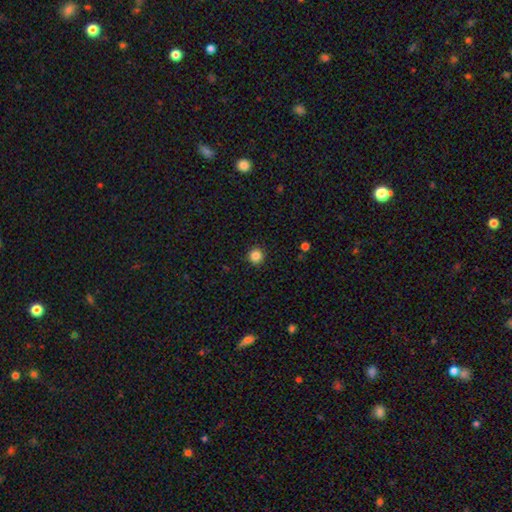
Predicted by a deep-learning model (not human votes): Q: Smooth or featured?
A: smooth (86%); runner-up: star or artifact (11%)
Q: How rounded?
A: round (95%); runner-up: in between (4%)
Q: Merging?
A: none (92%); runner-up: minor disturbance (5%)